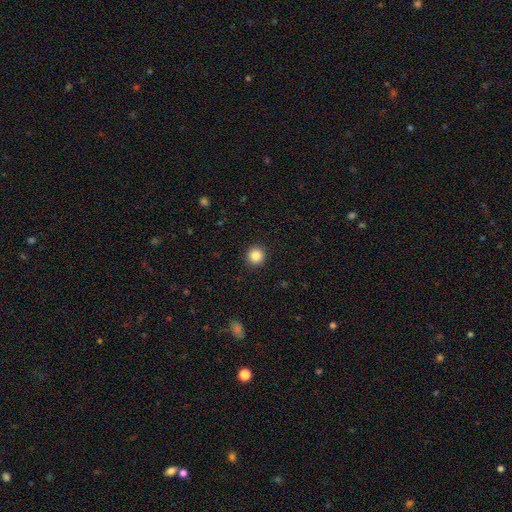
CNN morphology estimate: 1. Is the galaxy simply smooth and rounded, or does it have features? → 87% smooth, 10% star or artifact, 3% featured or disk.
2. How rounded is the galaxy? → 95% round, 4% in between, 1% cigar-shaped.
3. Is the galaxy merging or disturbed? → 93% none, 5% minor disturbance, 2% major disturbance, 1% merger.